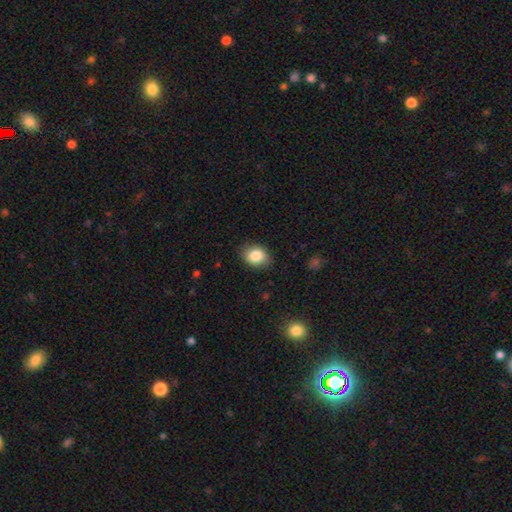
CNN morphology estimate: Smooth or featured? Predicted: smooth (p=0.86). How rounded? Predicted: in between (p=0.63). Merging? Predicted: none (p=0.82).